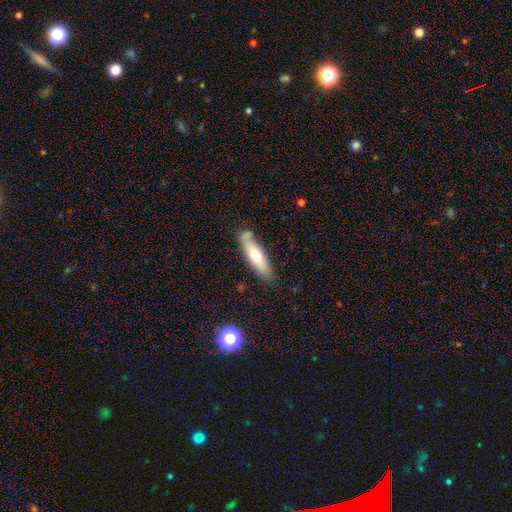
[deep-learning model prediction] Overall: smooth (59%; featured or disk 35%). How rounded: cigar-shaped (62%; in between 36%). Merging: none (70%).